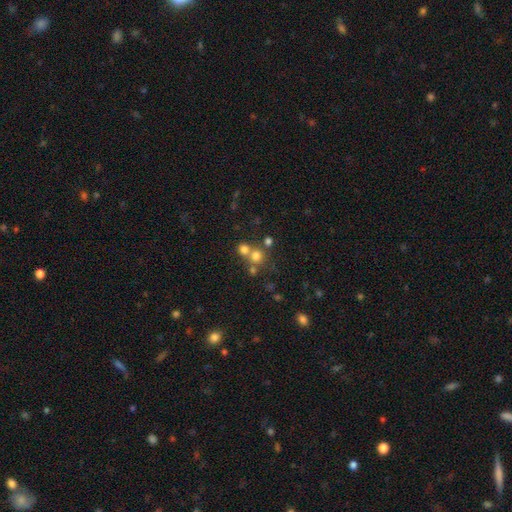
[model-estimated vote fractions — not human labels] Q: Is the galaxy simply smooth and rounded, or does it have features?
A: smooth — 68%.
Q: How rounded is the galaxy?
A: round — 89%.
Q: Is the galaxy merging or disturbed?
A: none — 51%.